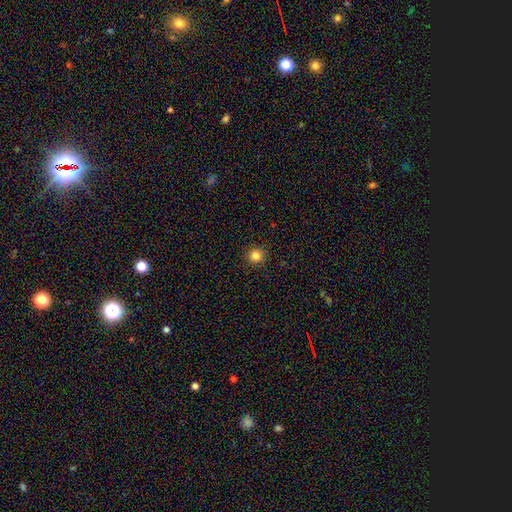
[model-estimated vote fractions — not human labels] A smooth galaxy with no disk features (83%) that is round (93%).

Vote fractions:
- Smooth or featured? smooth: 83% / star or artifact: 12% / featured or disk: 4%
- How rounded? round: 93% / in between: 6% / cigar-shaped: 1%
- Merging? none: 92% / minor disturbance: 5% / major disturbance: 2% / merger: 1%